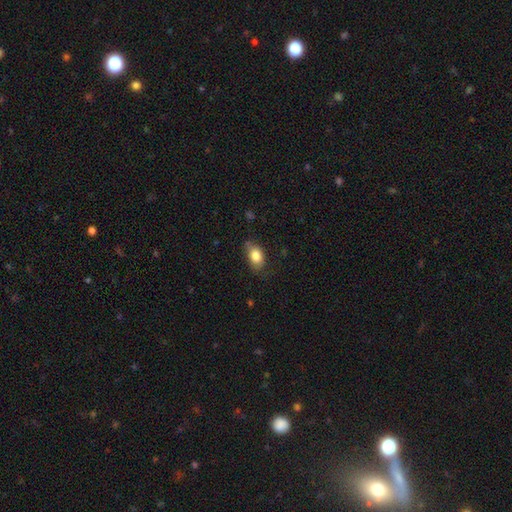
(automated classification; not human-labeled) Q: Smooth or featured?
A: smooth (83%); runner-up: featured or disk (9%)
Q: How rounded?
A: in between (84%); runner-up: round (13%)
Q: Merging?
A: none (65%); runner-up: minor disturbance (27%)